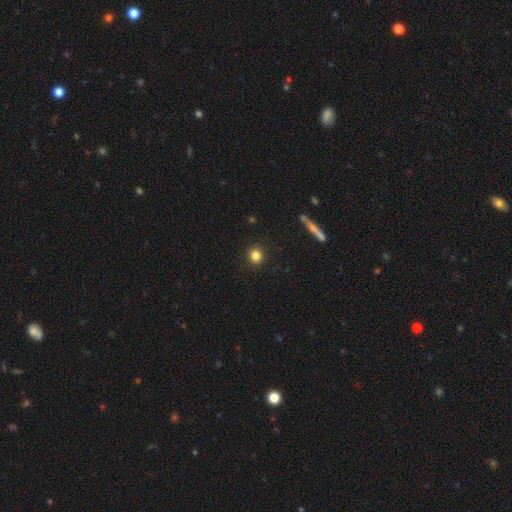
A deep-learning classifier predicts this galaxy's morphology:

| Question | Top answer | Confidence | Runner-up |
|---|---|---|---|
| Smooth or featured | smooth | 82% | star or artifact (12%) |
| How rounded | round | 92% | in between (7%) |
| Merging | none | 92% | minor disturbance (5%) |